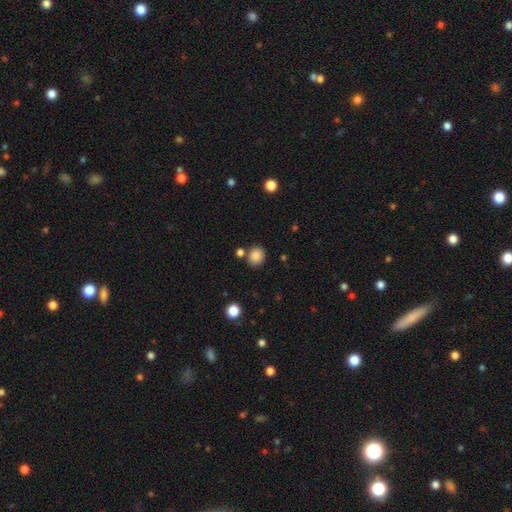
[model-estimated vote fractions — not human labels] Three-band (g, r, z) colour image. It shows a smooth galaxy with no disk features (85%) that is round (79%). Merging: none (78%).